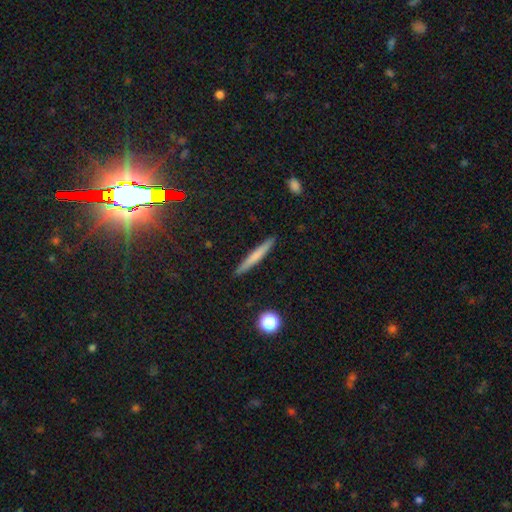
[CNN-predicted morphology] smooth 63%, featured or disk 30%, star or artifact 8%. Down the decision tree: how rounded — cigar-shaped (96%); merging — none (91%).